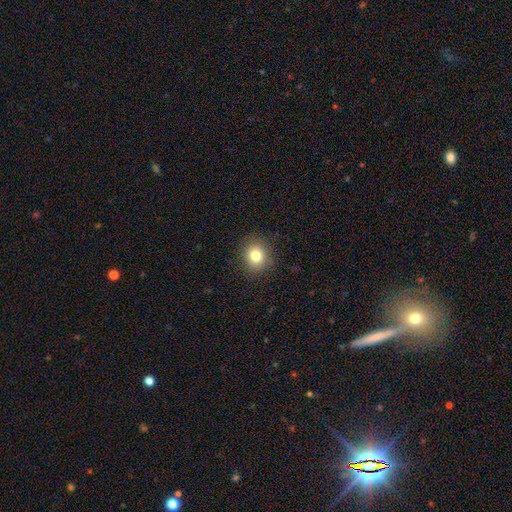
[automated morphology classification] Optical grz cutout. It shows a smooth galaxy with no disk features (80%) that is round (82%). Merging: none (89%).